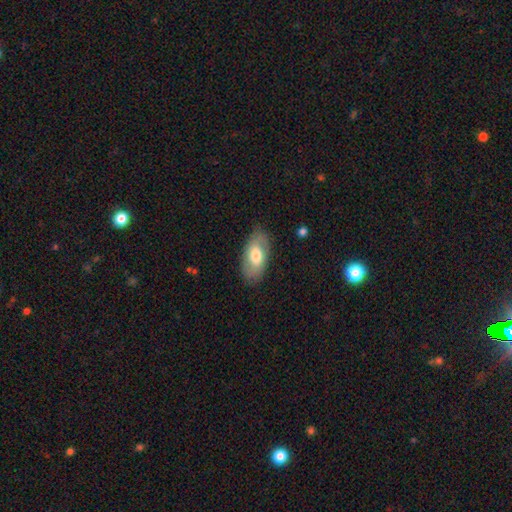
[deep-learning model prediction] Smooth or featured? Predicted: smooth (p=0.62). How rounded? Predicted: in between (p=0.93). Merging? Predicted: none (p=0.82).